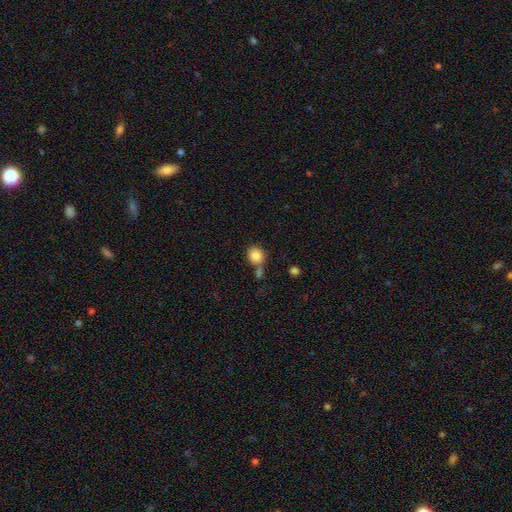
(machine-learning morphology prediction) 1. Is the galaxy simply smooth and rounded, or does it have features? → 85% smooth, 9% star or artifact, 6% featured or disk.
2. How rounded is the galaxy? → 84% round, 15% in between, 1% cigar-shaped.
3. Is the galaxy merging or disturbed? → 62% none, 21% merger, 13% minor disturbance, 4% major disturbance.